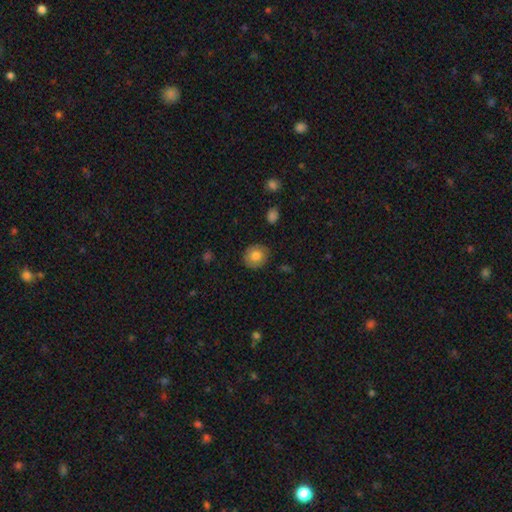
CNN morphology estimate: Overall: smooth (77%). How rounded: round (81%). Merging: none (86%).